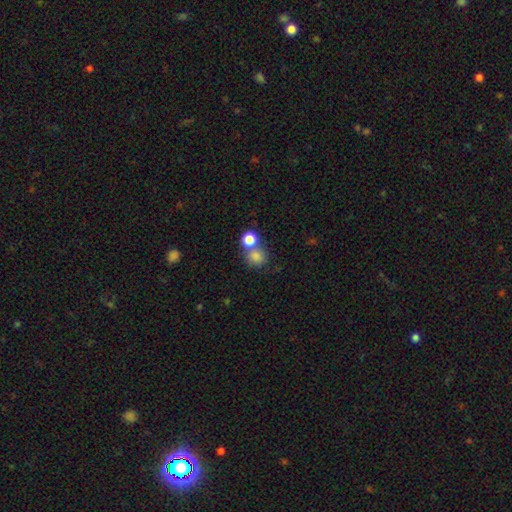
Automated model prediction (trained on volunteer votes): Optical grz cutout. It shows a smooth galaxy with no disk features (81%) that is round (84%). Merging: none (53%).